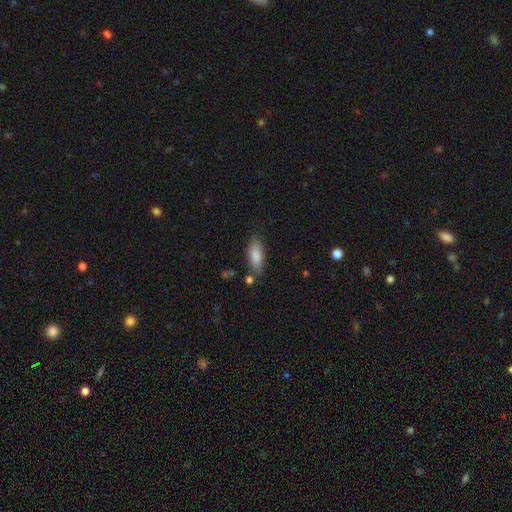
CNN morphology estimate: Q: Smooth or featured?
A: smooth (84%); runner-up: featured or disk (10%)
Q: How rounded?
A: in between (78%); runner-up: cigar-shaped (20%)
Q: Merging?
A: none (76%); runner-up: minor disturbance (15%)